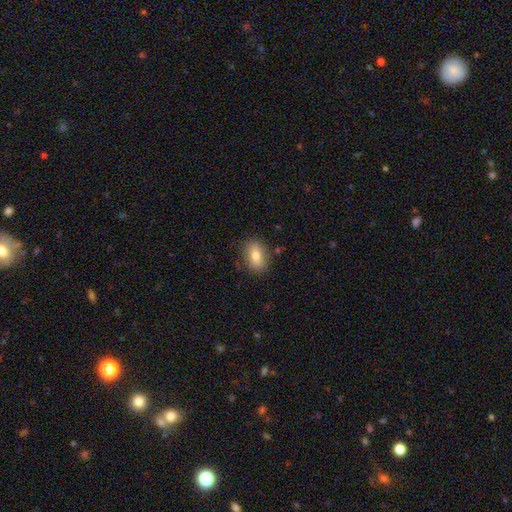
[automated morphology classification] type=smooth (76%); roundness=in between (80%); merging=none (82%).